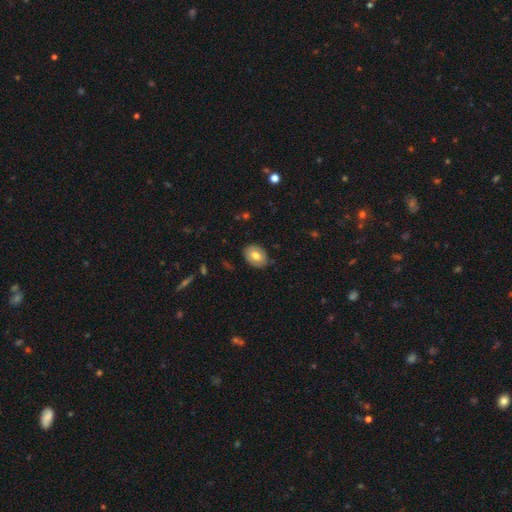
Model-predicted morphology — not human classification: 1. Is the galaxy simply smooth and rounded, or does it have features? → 73% smooth, 19% featured or disk, 8% star or artifact.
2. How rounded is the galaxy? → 71% in between, 28% round, 1% cigar-shaped.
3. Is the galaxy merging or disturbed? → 82% none, 14% minor disturbance, 2% major disturbance, 1% merger.